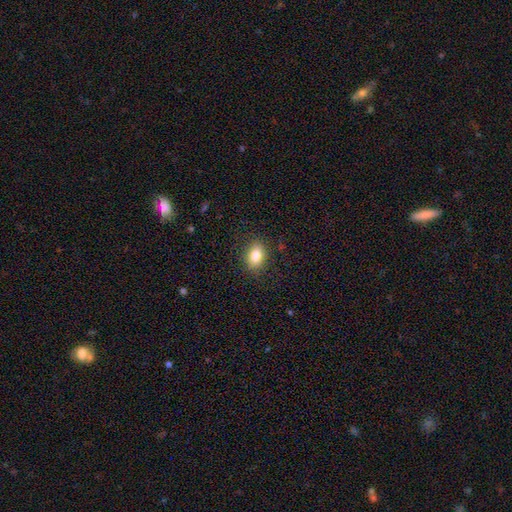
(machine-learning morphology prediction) This is clearly a smooth galaxy (83%). How rounded: likely in between (77%). Merging: clearly none (88%).